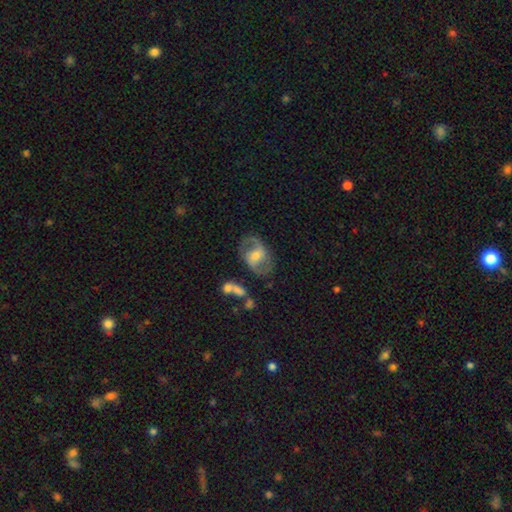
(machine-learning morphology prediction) A featured or disk galaxy (74%) with a weak bar (45%), 2 (87%) medium (50%) spiral arms (84%) and a moderate central bulge (56%). Merging: none (71%).